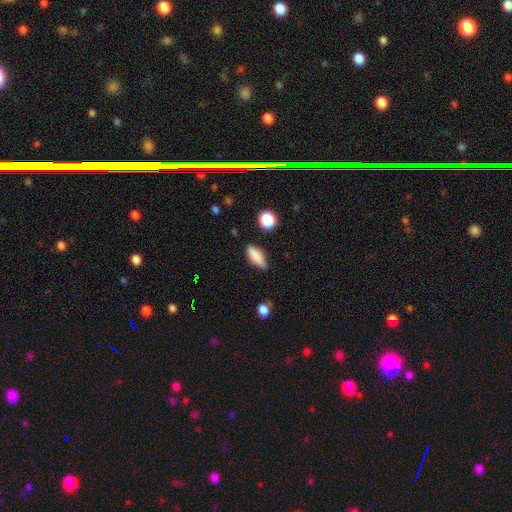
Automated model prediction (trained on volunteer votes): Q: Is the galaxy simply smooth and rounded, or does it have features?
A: smooth — 82%.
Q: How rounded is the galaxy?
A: in between — 65%.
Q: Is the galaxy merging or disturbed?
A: none — 74%.